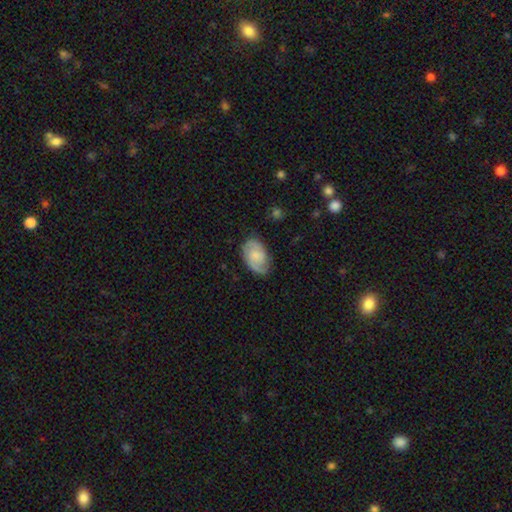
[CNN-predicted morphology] type=featured or disk (57%); edge-on=no (96%); bar=no (66%); spiral arms=yes (90%); bulge=moderate (29%, tied with small); merging=none (74%).